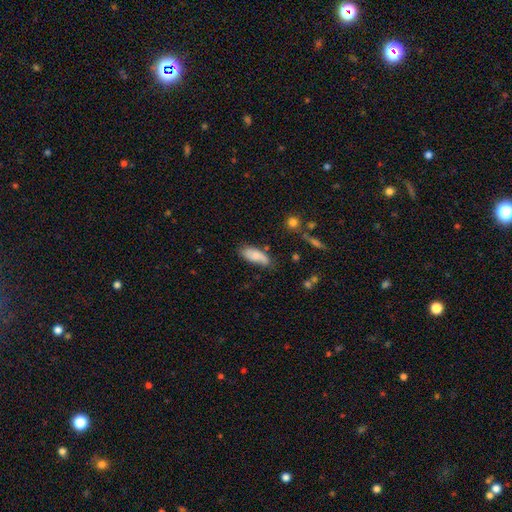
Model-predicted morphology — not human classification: A smooth galaxy with no disk features (80%) that is in between round and cigar-shaped (75%).

Vote fractions:
- Smooth or featured? smooth: 80% / featured or disk: 13% / star or artifact: 7%
- How rounded? in between: 75% / cigar-shaped: 22% / round: 2%
- Merging? none: 62% / minor disturbance: 27% / major disturbance: 6% / merger: 4%